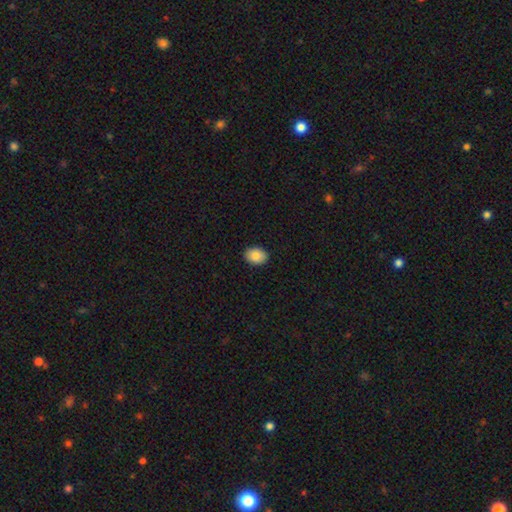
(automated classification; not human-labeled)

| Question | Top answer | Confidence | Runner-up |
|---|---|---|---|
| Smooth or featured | smooth | 85% | featured or disk (8%) |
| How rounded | in between | 73% | round (26%) |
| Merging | none | 91% | minor disturbance (7%) |